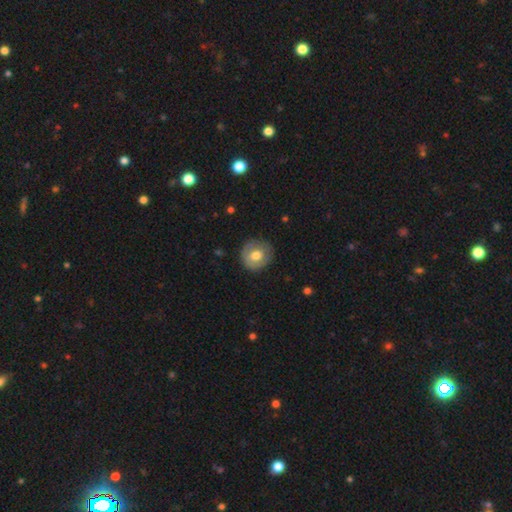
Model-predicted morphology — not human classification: Overall: smooth (61%; featured or disk 33%). How rounded: round (88%). Merging: none (82%).